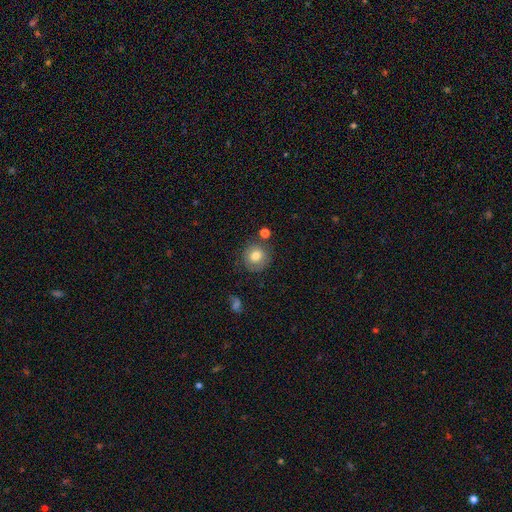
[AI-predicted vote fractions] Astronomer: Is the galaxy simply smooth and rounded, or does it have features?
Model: smooth — 78%.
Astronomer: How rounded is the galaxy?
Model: round — 90%.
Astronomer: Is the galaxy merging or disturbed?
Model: none — 77%.